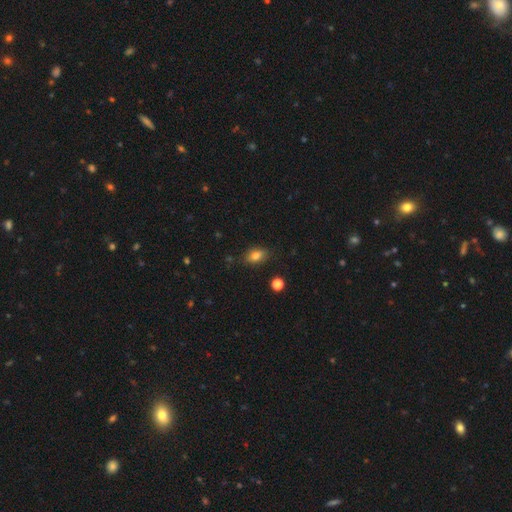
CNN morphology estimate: Smooth or featured: smooth — 80% (star or artifact — 11%)
How rounded: in between — 83% (round — 13%)
Merging: none — 81% (minor disturbance — 14%)